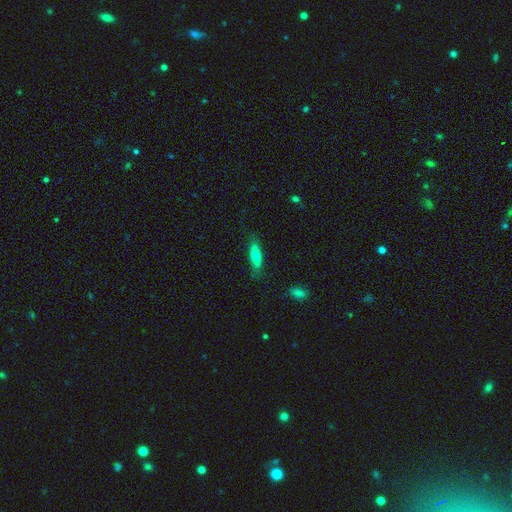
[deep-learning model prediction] smooth 68%, featured or disk 25%, star or artifact 7%. Down the decision tree: how rounded — cigar-shaped (63%); merging — none (80%).